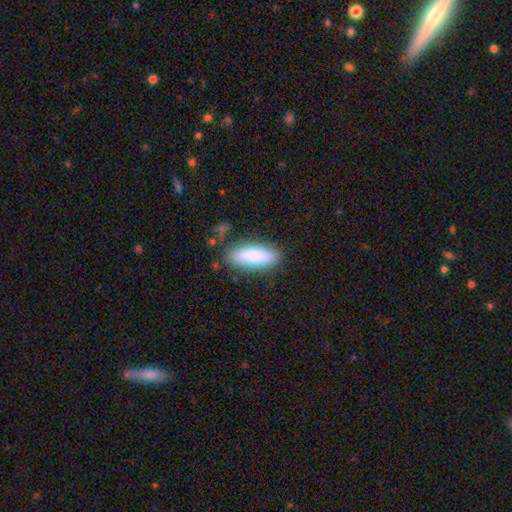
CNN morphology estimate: This appears to be a smooth galaxy with no disk features (86%) that is in between round and cigar-shaped (66%). Merging: none (81%).